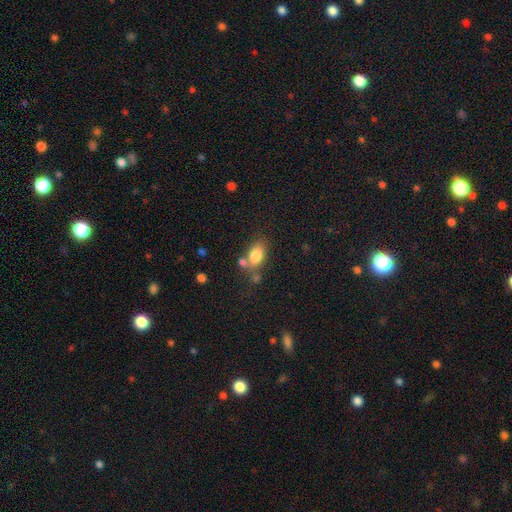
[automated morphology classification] Smooth or featured? Predicted: smooth (p=0.80). How rounded? Predicted: in between (p=0.84). Merging? Predicted: none (p=0.57).